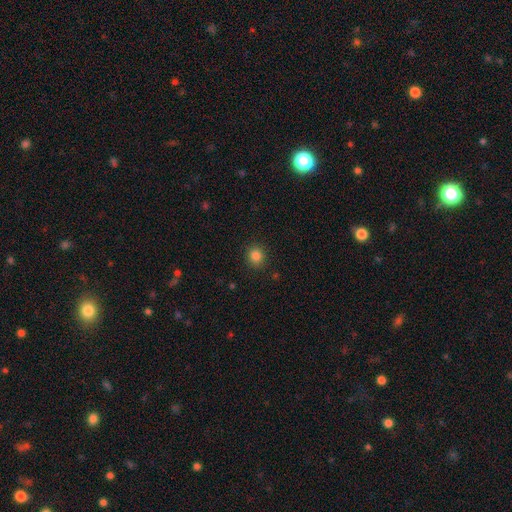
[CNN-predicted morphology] Q: Smooth or featured?
A: smooth (84%); runner-up: star or artifact (12%)
Q: How rounded?
A: round (85%); runner-up: in between (14%)
Q: Merging?
A: none (90%); runner-up: minor disturbance (7%)